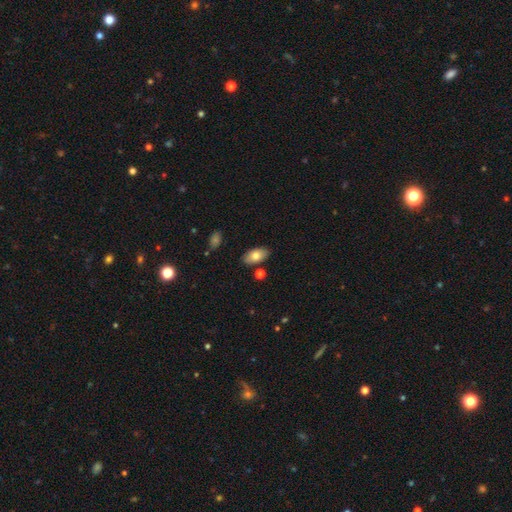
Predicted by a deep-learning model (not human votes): A smooth galaxy with no disk features (76%) that is in between round and cigar-shaped (94%). Merging: none (84%).